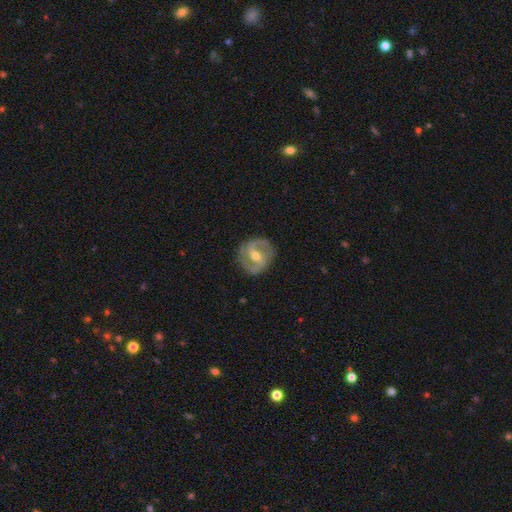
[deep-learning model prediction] smooth_or_featured: featured or disk (p=0.83) [alt: smooth p=0.12]
disk_edge_on: no (p=0.97) [alt: yes p=0.03]
bar: weak (p=0.44) [alt: strong p=0.39]
has_spiral_arms: yes (p=0.90) [alt: no p=0.10]
spiral_winding: medium (p=0.51) [alt: tight p=0.28]
spiral_arm_count: 2 (p=0.89) [alt: can't tell p=0.05]
bulge_size: moderate (p=0.62) [alt: small p=0.33]
merging: none (p=0.83) [alt: minor disturbance p=0.12]